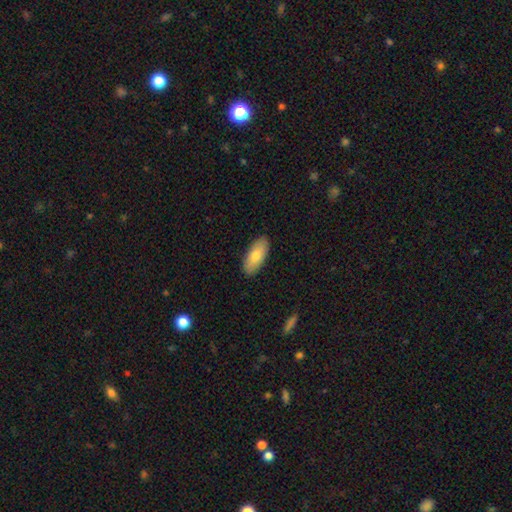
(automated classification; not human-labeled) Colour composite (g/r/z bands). It shows a smooth galaxy with no disk features (77%) that is in between round and cigar-shaped (89%). Merging: none (89%).